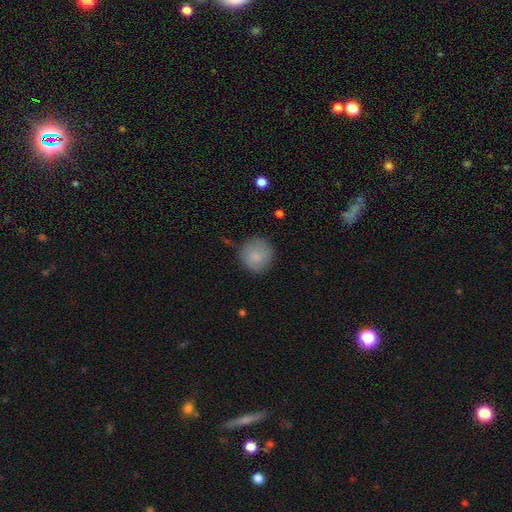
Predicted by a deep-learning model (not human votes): Morphology: type=smooth (81%); roundness=round (91%); merging=none (81%).